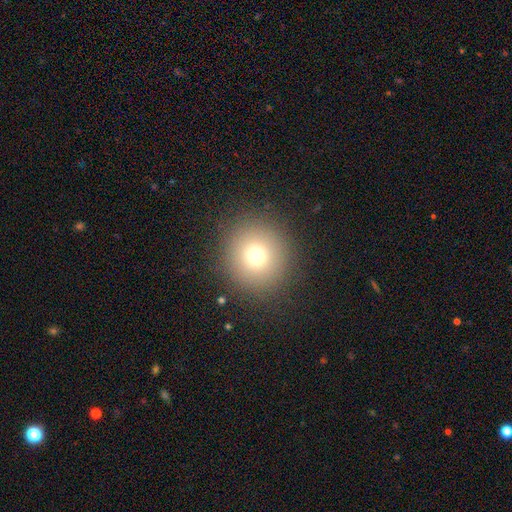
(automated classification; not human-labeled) A smooth galaxy with no disk features (74%) that is round (92%). Merging: none (90%).